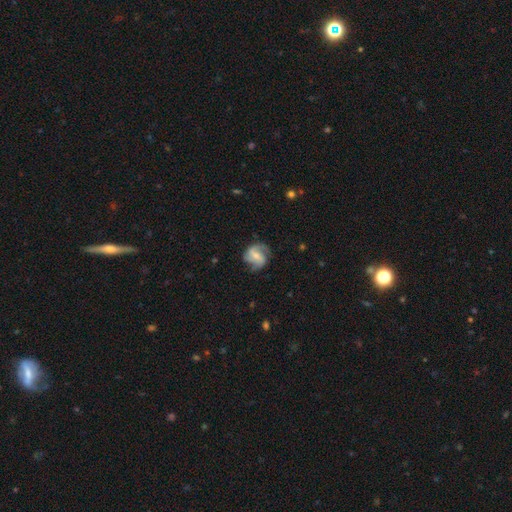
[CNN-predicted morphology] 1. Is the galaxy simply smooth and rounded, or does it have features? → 76% featured or disk, 18% smooth, 6% star or artifact.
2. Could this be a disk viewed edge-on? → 97% no, 3% yes.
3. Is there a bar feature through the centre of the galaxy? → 46% weak, 29% strong, 26% no.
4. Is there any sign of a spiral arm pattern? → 93% yes, 7% no.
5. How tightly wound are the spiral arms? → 46% medium, 31% loose, 23% tight.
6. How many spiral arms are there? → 71% 2, 11% 3, 9% can't tell, 6% 1, 2% 4, 2% more than 4.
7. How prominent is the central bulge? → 52% small, 35% moderate, 9% none, 3% large, 1% dominant.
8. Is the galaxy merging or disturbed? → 68% none, 20% minor disturbance, 10% major disturbance, 2% merger.